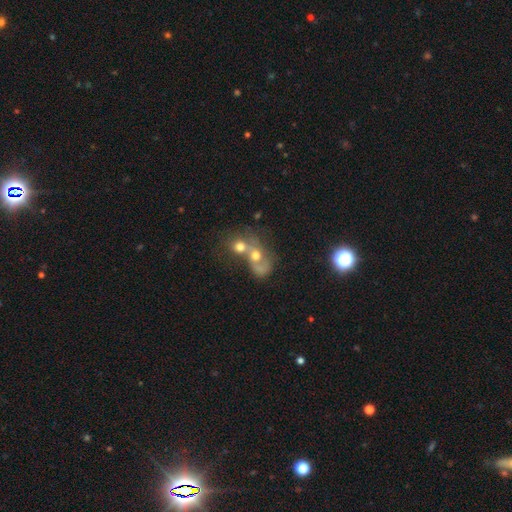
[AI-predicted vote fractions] This appears to be a smooth galaxy with no disk features (50%) that is round (55%). Merging: merger (76%).